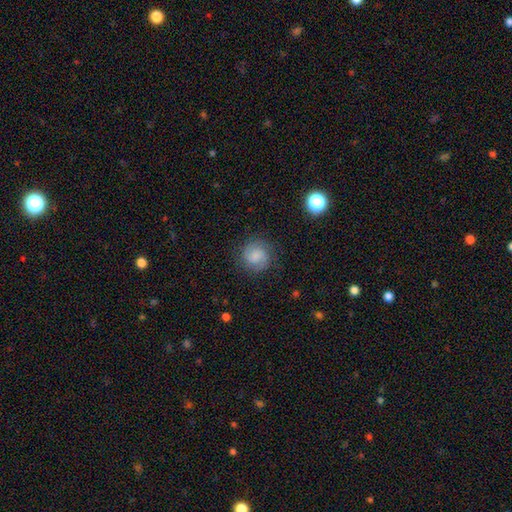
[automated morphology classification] smooth_or_featured: featured or disk (p=0.50) [alt: smooth p=0.41]
merging: none (p=0.83) [alt: minor disturbance p=0.11]